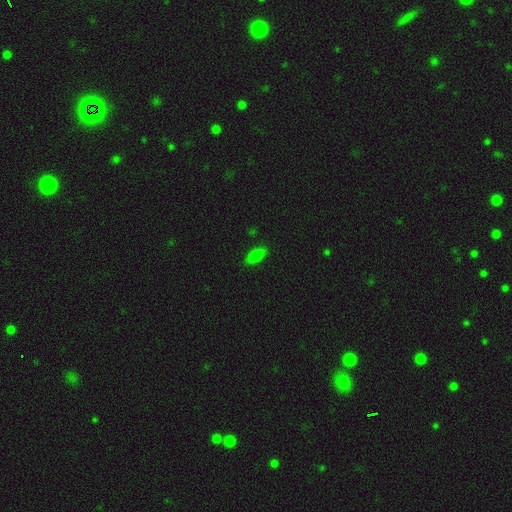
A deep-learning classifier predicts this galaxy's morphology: Q: Smooth or featured?
A: smooth (79%); runner-up: star or artifact (11%)
Q: How rounded?
A: in between (81%); runner-up: cigar-shaped (15%)
Q: Merging?
A: none (85%); runner-up: minor disturbance (11%)